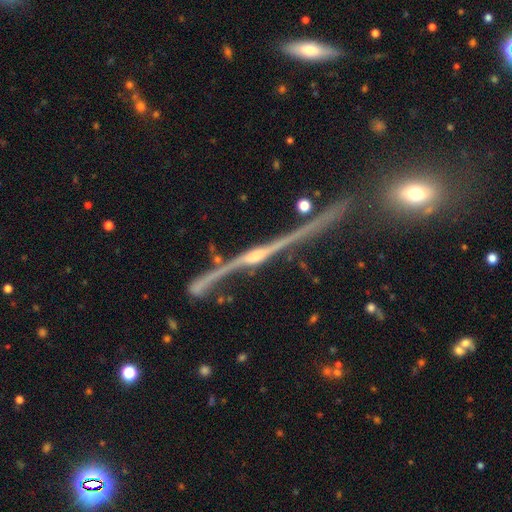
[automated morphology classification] This is clearly a featured or disk galaxy (89%). It is clearly viewed edge-on (97%). Edge-on bulge: clearly rounded (86%). Merging: likely none (79%).